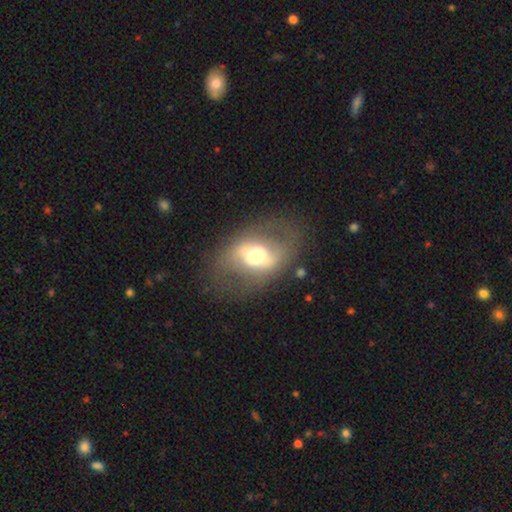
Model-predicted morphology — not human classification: smooth-or-featured: featured or disk: 59% | smooth: 33% | star or artifact: 8%
  disk-edge-on: no: 89% | yes: 11%
    bar: strong: 41% | weak: 34% | no: 25%
    has-spiral-arms: no: 60% | yes: 40%
    bulge-size: moderate: 59% | large: 28% | small: 8% | dominant: 4% | none: 1%
  merging: none: 70% | minor disturbance: 16% | major disturbance: 13% | merger: 2%